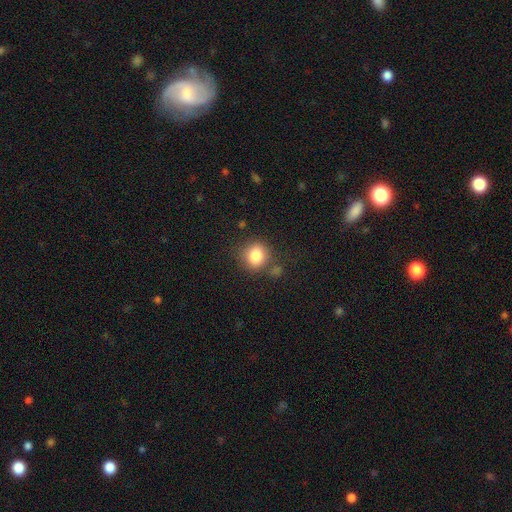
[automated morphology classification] This appears to be a smooth galaxy with no disk features (83%) that is round (77%). Merging: none (74%).